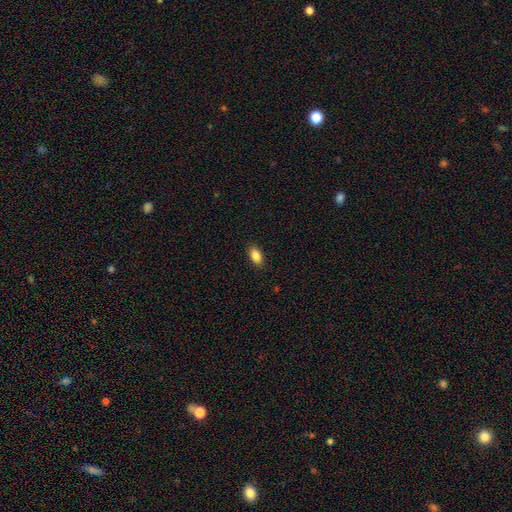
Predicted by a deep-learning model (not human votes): The model was most divided on "merging": none: 88%, minor disturbance: 8%, major disturbance: 2%, merger: 1%. More confident: how rounded — in between (91%); smooth or featured — smooth (88%).